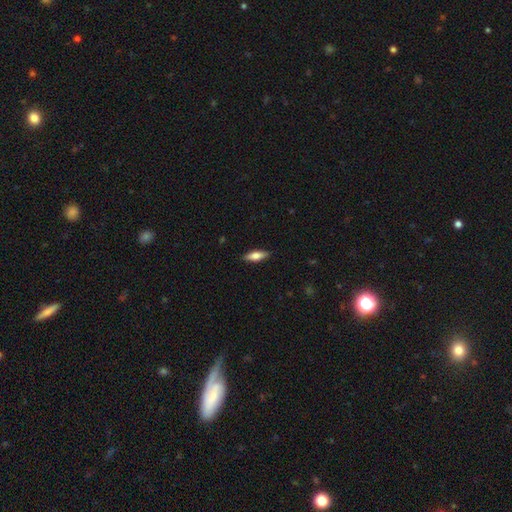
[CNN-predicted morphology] smooth_or_featured: smooth (p=0.70) [alt: featured or disk p=0.24]
how_rounded: in between (p=0.57) [alt: cigar-shaped p=0.40]
merging: none (p=0.88) [alt: minor disturbance p=0.09]